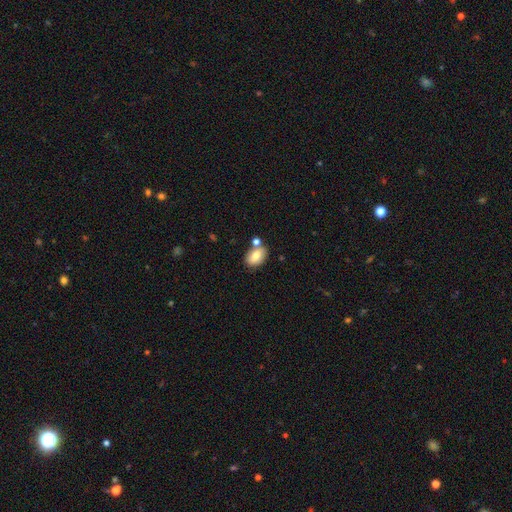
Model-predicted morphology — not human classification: smooth_or_featured: smooth (p=0.76) [alt: featured or disk p=0.16]
how_rounded: in between (p=0.84) [alt: round p=0.14]
merging: none (p=0.64) [alt: merger p=0.18]